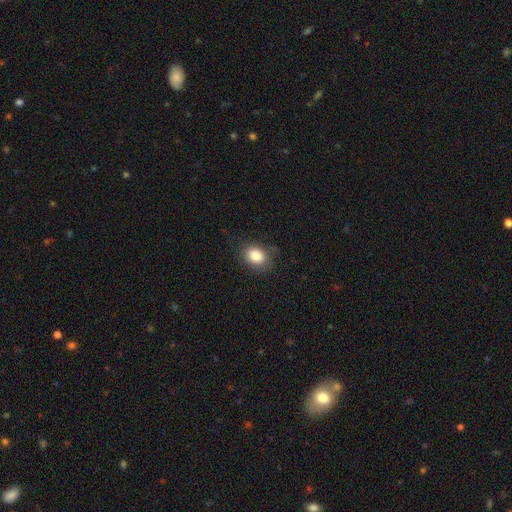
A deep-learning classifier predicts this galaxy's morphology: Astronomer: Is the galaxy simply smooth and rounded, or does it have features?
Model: smooth — 85%.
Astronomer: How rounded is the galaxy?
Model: in between — 61% (runner-up: round, 38%).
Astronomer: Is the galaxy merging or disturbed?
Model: none — 79%.